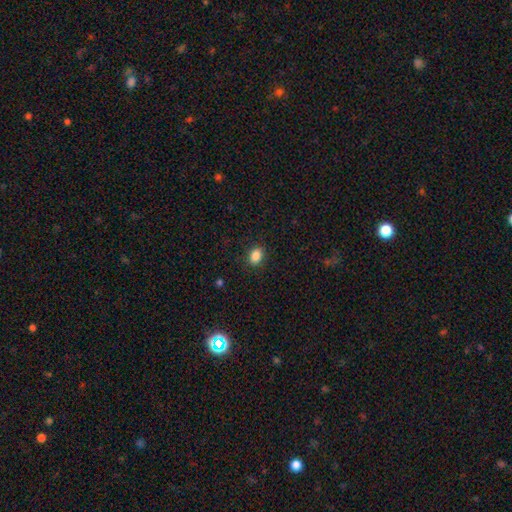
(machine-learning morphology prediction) Smooth or featured? Predicted: smooth (p=0.86). How rounded? Predicted: in between (p=0.68). Merging? Predicted: none (p=0.88).